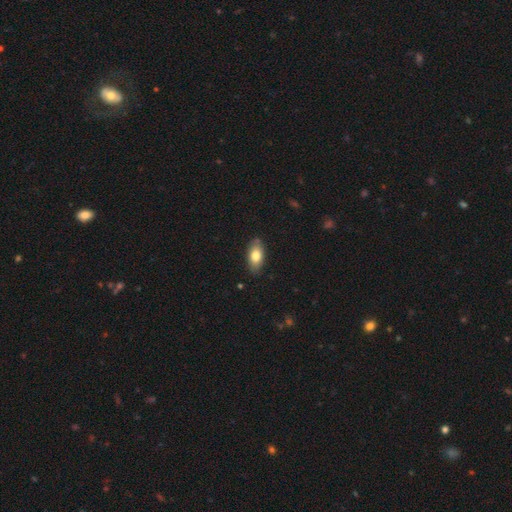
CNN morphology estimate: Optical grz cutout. It shows a smooth galaxy with no disk features (79%) that is in between round and cigar-shaped (91%). Merging: none (81%).